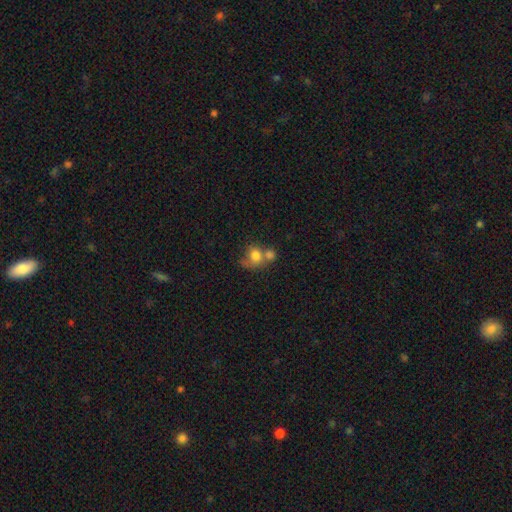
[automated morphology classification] Smooth or featured?
  - smooth: 75% *
  - featured or disk: 15%
  - star or artifact: 10%
How rounded?
  - round: 71% *
  - in between: 28%
  - cigar-shaped: 1%
Merging?
  - merger: 53% *
  - none: 26%
  - minor disturbance: 11%
  - major disturbance: 9%